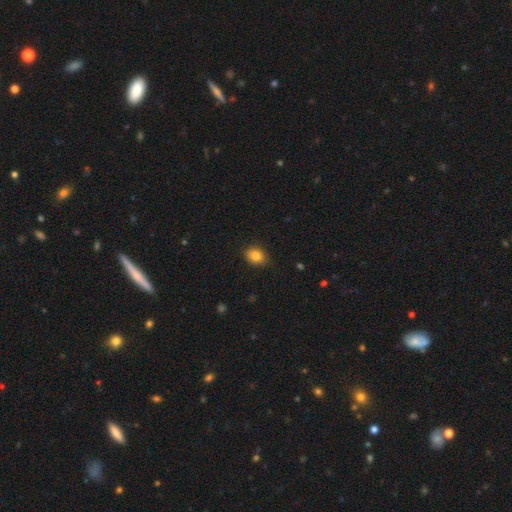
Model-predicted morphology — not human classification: Smooth or featured? smooth (84%)
How rounded? in between (59%)
Merging? none (85%)